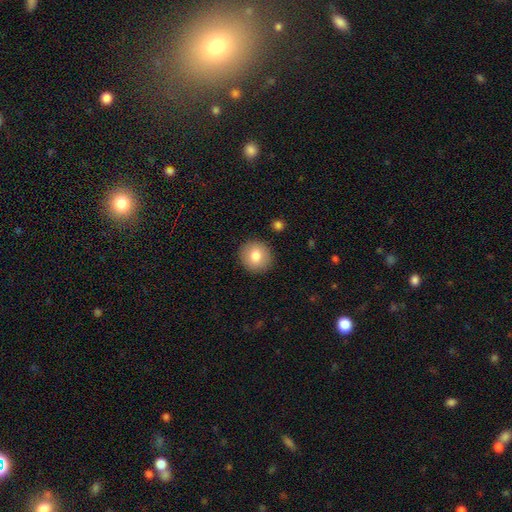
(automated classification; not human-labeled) A smooth galaxy with no disk features (79%) that is round (91%). Merging: none (90%).